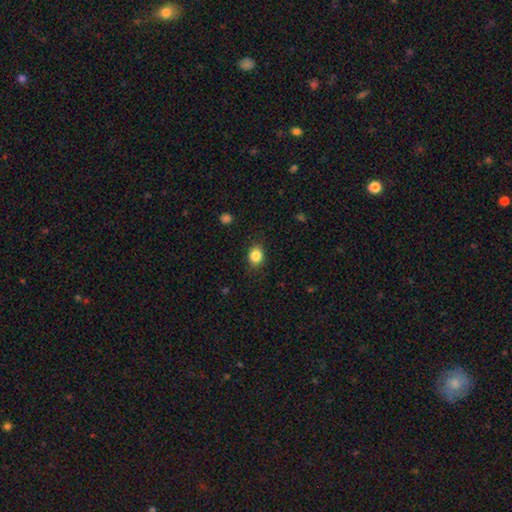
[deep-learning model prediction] This appears to be a smooth galaxy with no disk features (85%) that is round (56%). Merging: none (86%).